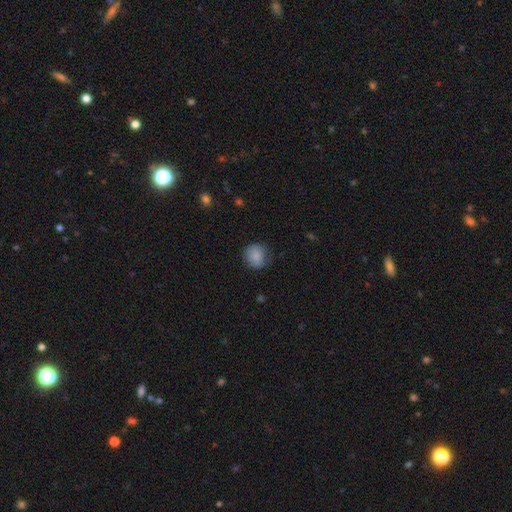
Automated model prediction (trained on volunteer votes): This is clearly a smooth galaxy (85%). How rounded: likely round (80%). Merging: likely none (71%).